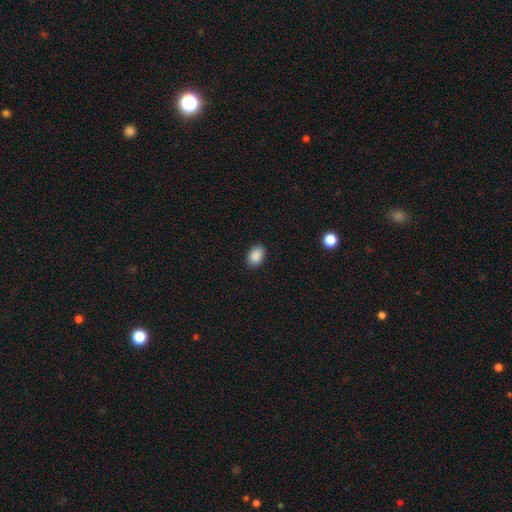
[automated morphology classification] Smooth or featured? smooth (90%)
How rounded? in between (85%)
Merging? none (89%)